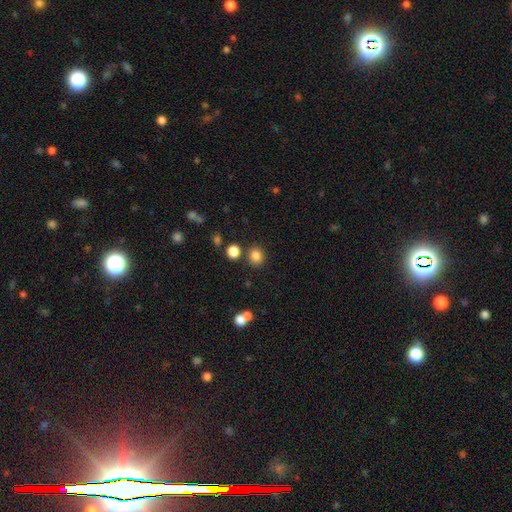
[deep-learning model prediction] Smooth or featured? Predicted: smooth (p=0.83). How rounded? Predicted: round (p=0.85). Merging? Predicted: none (p=0.82).